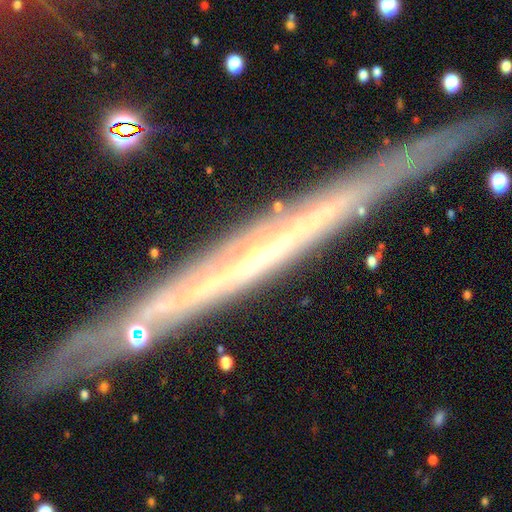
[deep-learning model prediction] A featured or disk galaxy (68%) viewed edge-on (92%) with no central bulge (74%). Merging: none (83%).